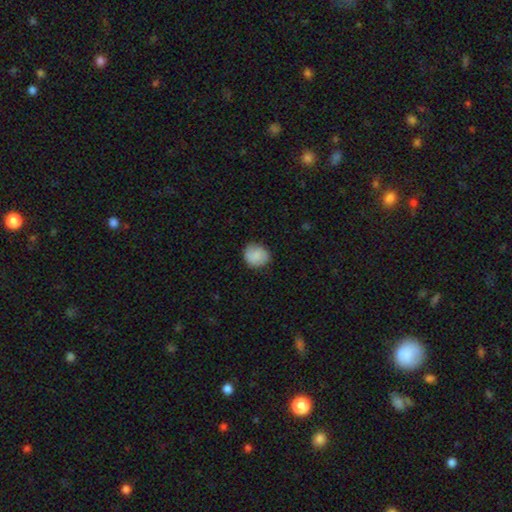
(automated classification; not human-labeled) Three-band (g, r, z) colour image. It shows a smooth galaxy with no disk features (84%) that is round (81%). Merging: none (78%).